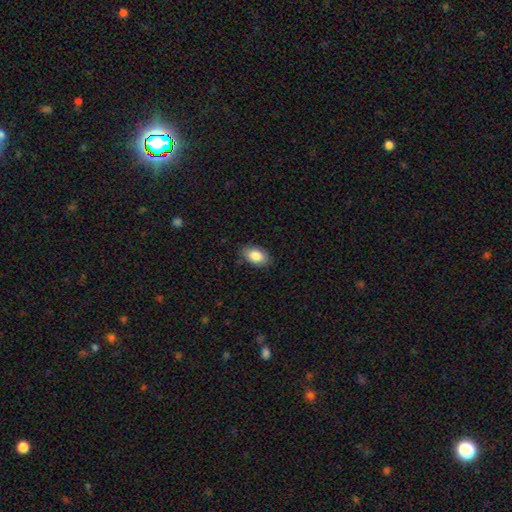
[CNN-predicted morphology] Q: Smooth or featured?
A: smooth (86%); runner-up: featured or disk (7%)
Q: How rounded?
A: in between (91%); runner-up: round (7%)
Q: Merging?
A: none (85%); runner-up: minor disturbance (12%)